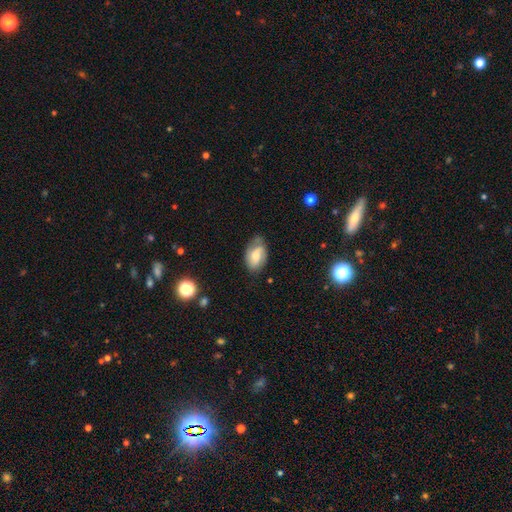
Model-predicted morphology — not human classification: The model was most divided on "smooth or featured": smooth: 52%, featured or disk: 40%, star or artifact: 8%. More confident: how rounded — in between (90%); merging — none (62%).